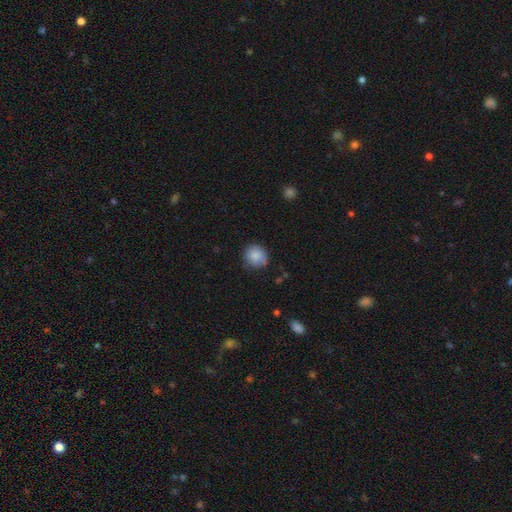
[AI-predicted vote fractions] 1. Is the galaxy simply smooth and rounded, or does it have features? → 85% smooth, 8% star or artifact, 7% featured or disk.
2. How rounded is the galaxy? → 83% round, 16% in between, 1% cigar-shaped.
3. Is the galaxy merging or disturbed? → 73% none, 21% minor disturbance, 4% major disturbance, 2% merger.